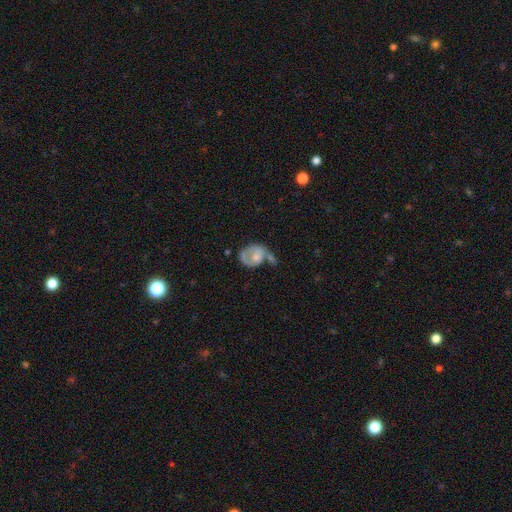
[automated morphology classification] Smooth or featured? Predicted: smooth (p=0.50). Merging? Predicted: none (p=0.28).